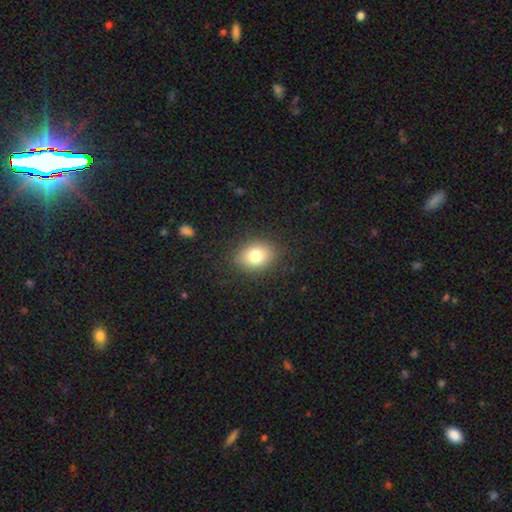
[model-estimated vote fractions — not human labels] Morphology: type=smooth (79%); roundness=in between (63%); merging=none (85%).